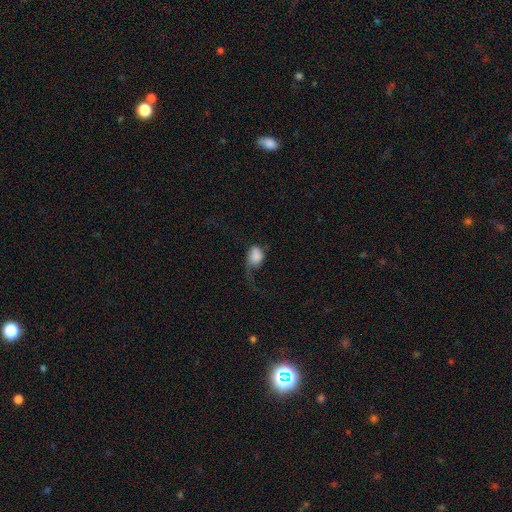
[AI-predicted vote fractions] This is likely a smooth galaxy (70%). How rounded: likely in between (66%). Merging: possibly major disturbance (56%).